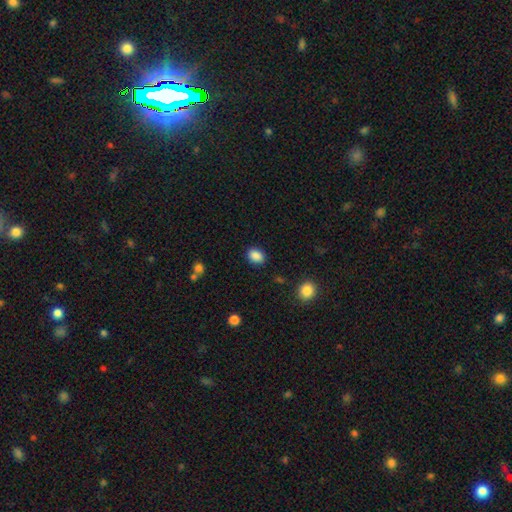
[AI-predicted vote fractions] The model was most divided on "how rounded": in between: 67%, round: 32%, cigar-shaped: 1%. More confident: smooth or featured — smooth (87%); merging — none (87%).